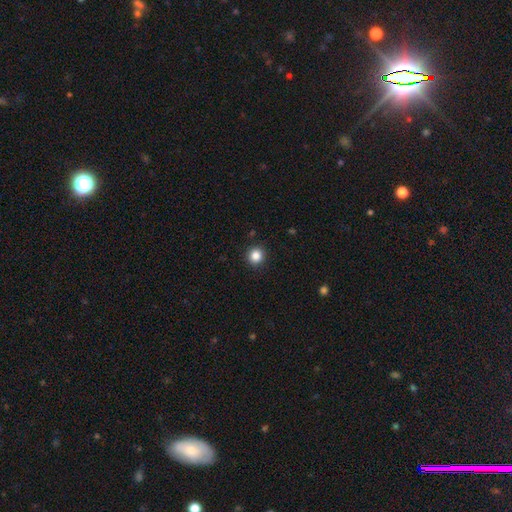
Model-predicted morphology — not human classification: Smooth or featured? Predicted: smooth (p=0.85). How rounded? Predicted: round (p=0.93). Merging? Predicted: none (p=0.92).